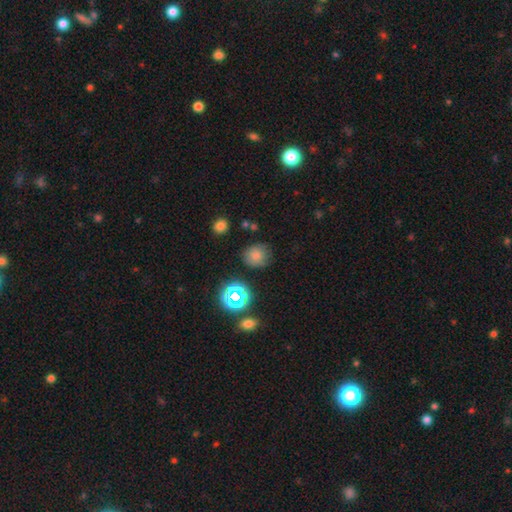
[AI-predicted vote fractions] Overall: smooth (72%). How rounded: round (84%). Merging: none (77%).